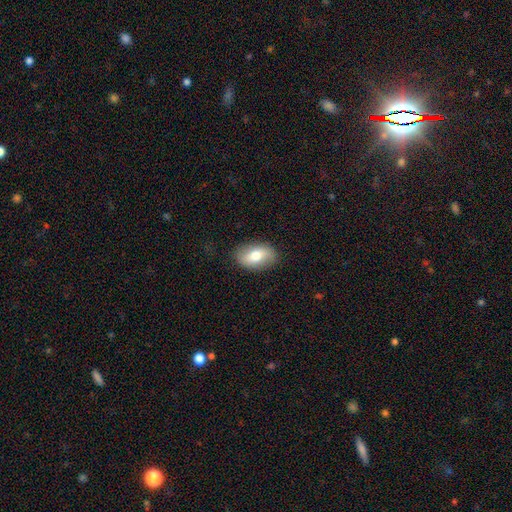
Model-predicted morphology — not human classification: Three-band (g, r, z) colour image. It shows a smooth galaxy with no disk features (68%) that is in between round and cigar-shaped (89%). Merging: none (84%).